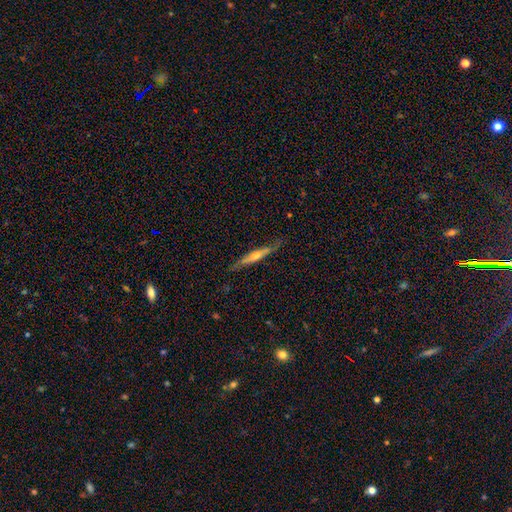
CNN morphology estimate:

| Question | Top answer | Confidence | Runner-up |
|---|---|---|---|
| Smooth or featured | featured or disk | 63% | smooth (31%) |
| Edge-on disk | yes | 93% | no (7%) |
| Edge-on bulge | rounded | 78% | none (17%) |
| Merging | none | 80% | minor disturbance (15%) |